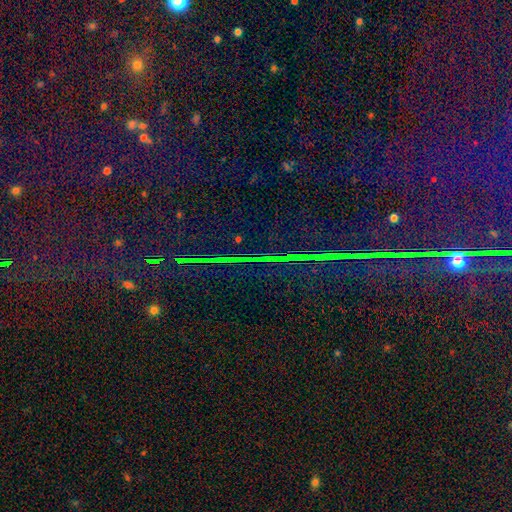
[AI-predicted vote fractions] Smooth or featured? star or artifact (83%)